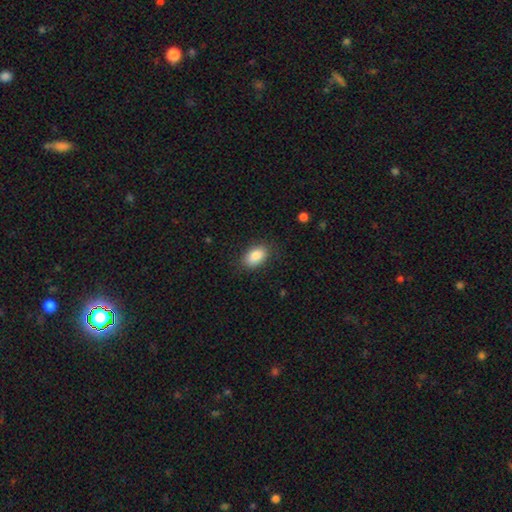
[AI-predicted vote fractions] smooth_or_featured: smooth (p=0.87) [alt: star or artifact p=0.07]
how_rounded: in between (p=0.90) [alt: round p=0.09]
merging: none (p=0.83) [alt: minor disturbance p=0.13]